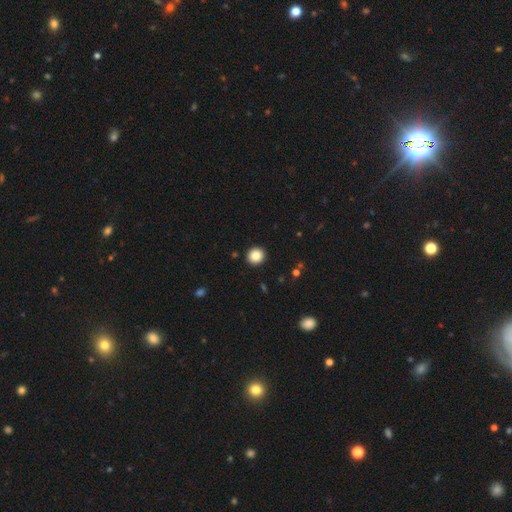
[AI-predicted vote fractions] Smooth or featured? Predicted: smooth (p=0.86). How rounded? Predicted: round (p=0.91). Merging? Predicted: none (p=0.93).